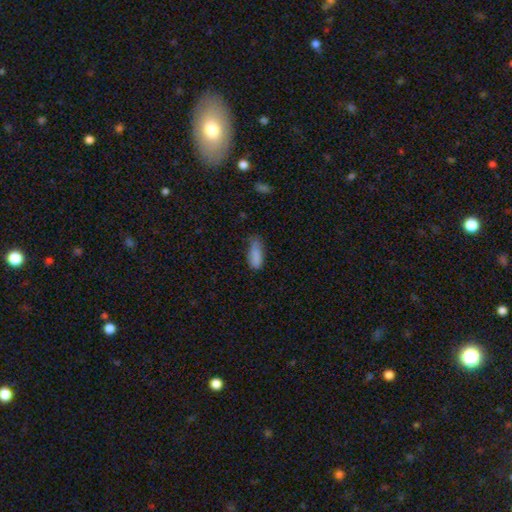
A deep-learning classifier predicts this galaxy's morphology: Overall: smooth (84%). How rounded: in between (80%). Merging: minor disturbance (42%; none 41%).